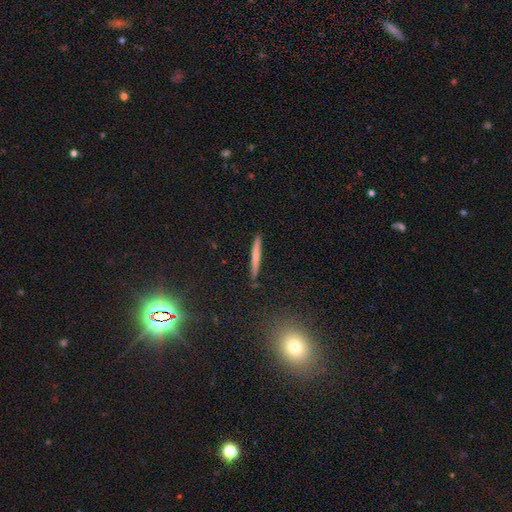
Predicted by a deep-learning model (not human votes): This is likely a smooth galaxy (61%). How rounded: clearly cigar-shaped (96%). Merging: clearly none (89%).